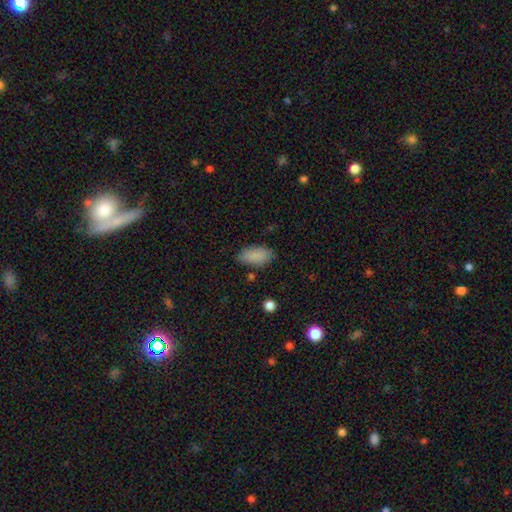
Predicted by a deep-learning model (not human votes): smooth-or-featured: smooth: 87% | star or artifact: 8% | featured or disk: 5%
  how-rounded: in between: 91% | cigar-shaped: 6% | round: 3%
  merging: none: 80% | minor disturbance: 14% | major disturbance: 3% | merger: 2%